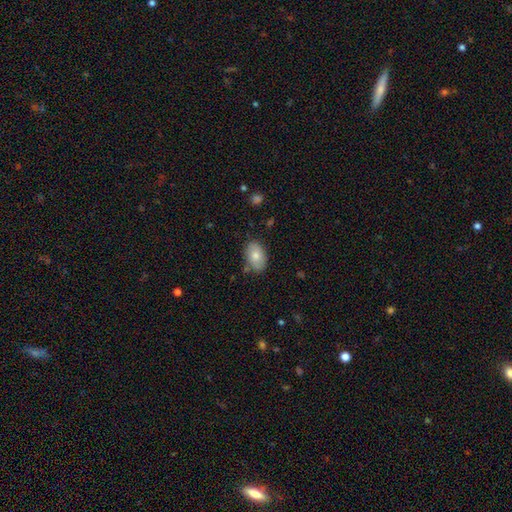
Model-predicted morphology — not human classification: Smooth or featured?
  - smooth: 76% *
  - featured or disk: 17%
  - star or artifact: 7%
How rounded?
  - in between: 89% *
  - round: 9%
  - cigar-shaped: 1%
Merging?
  - none: 78% *
  - minor disturbance: 16%
  - major disturbance: 3%
  - merger: 3%